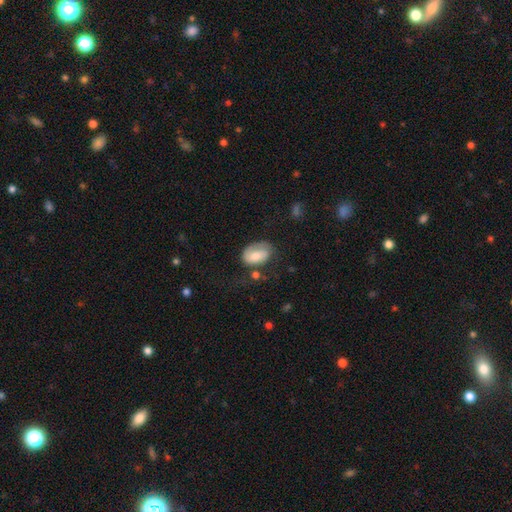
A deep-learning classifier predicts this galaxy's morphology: Overall: smooth (59%; featured or disk 34%). How rounded: in between (85%). Merging: none (46%; minor disturbance 28%).